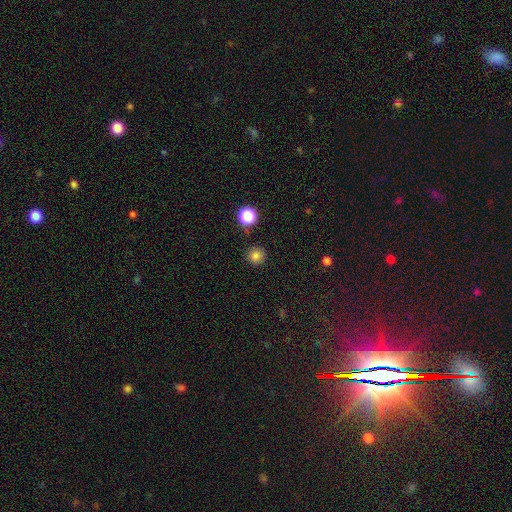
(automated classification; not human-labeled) This is likely a smooth galaxy (80%). How rounded: clearly round (95%). Merging: clearly none (89%).